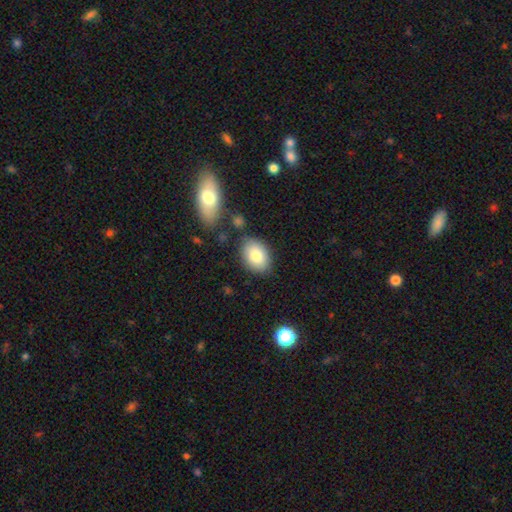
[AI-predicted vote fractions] smooth_or_featured: smooth (p=0.81) [alt: featured or disk p=0.11]
how_rounded: in between (p=0.75) [alt: round p=0.24]
merging: none (p=0.80) [alt: minor disturbance p=0.12]